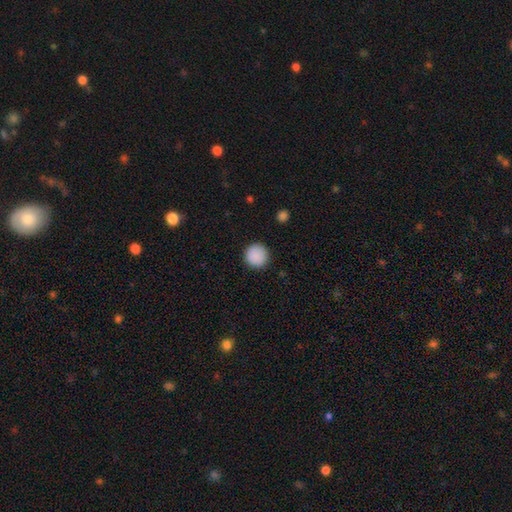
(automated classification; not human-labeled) Smooth or featured? Predicted: smooth (p=0.89). How rounded? Predicted: round (p=0.96). Merging? Predicted: none (p=0.92).